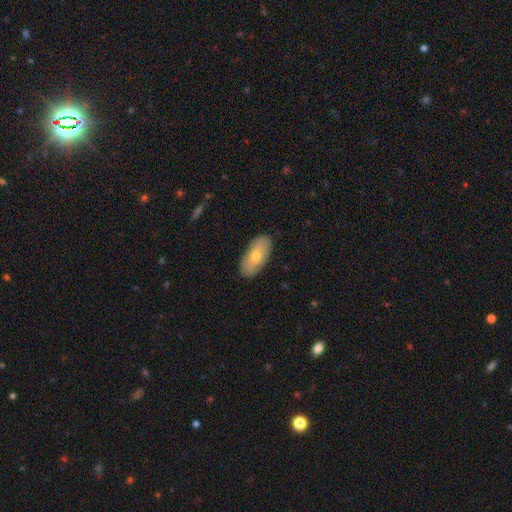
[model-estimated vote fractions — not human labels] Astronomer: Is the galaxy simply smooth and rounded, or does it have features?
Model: smooth — 62%.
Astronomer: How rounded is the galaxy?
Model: in between — 89%.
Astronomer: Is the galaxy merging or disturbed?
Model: none — 87%.